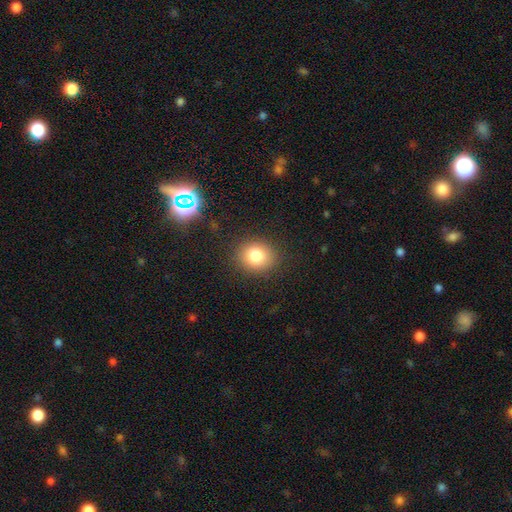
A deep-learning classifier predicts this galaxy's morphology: This appears to be a smooth galaxy with no disk features (80%) that is round (72%). Merging: none (88%).